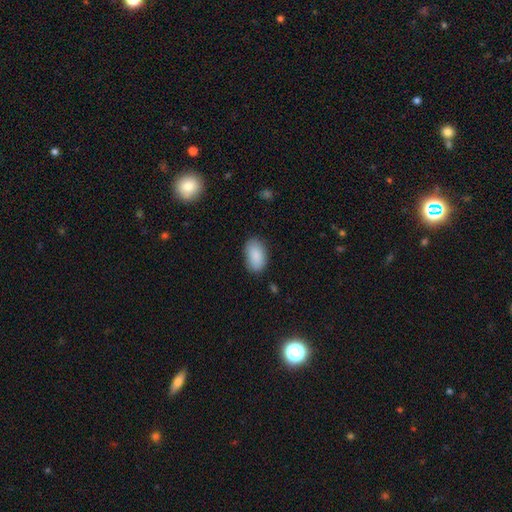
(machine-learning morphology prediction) smooth 89%, star or artifact 6%, featured or disk 5%. Down the decision tree: how rounded — in between (93%); merging — none (82%).